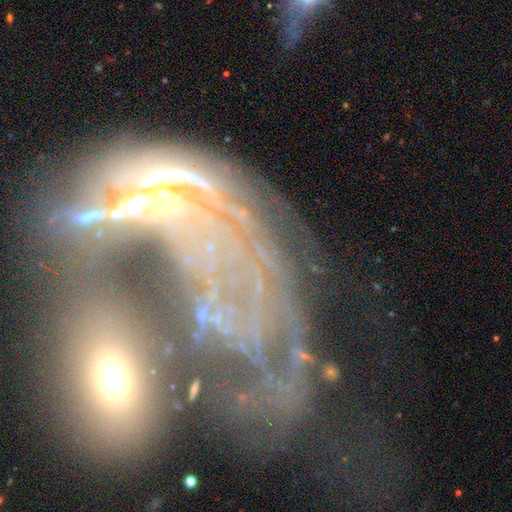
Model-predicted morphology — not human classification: A featured or disk galaxy (64%) with no bar (61%), spiral arms (58%) and a small central bulge (42%). Merging: merger (41%).